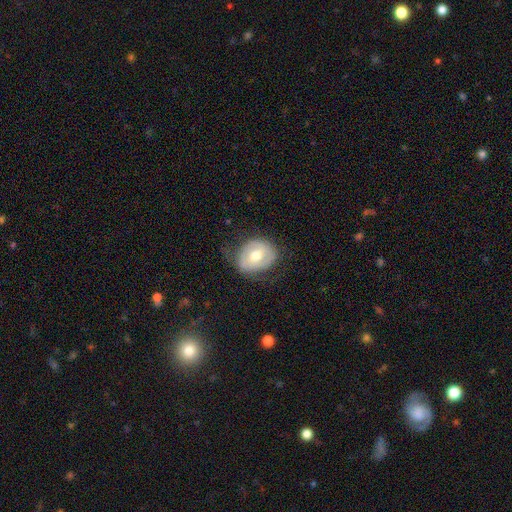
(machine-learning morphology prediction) Smooth or featured: smooth — 51% (featured or disk — 42%)
How rounded: round — 51% (in between — 48%)
Merging: none — 66% (minor disturbance — 24%)